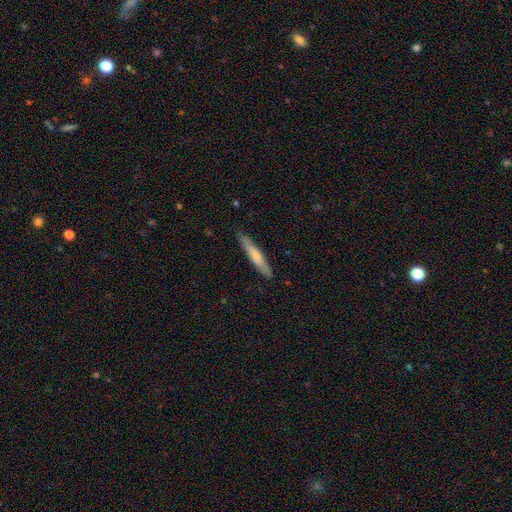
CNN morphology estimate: Smooth or featured? Predicted: smooth (p=0.60). How rounded? Predicted: cigar-shaped (p=0.92). Merging? Predicted: none (p=0.88).